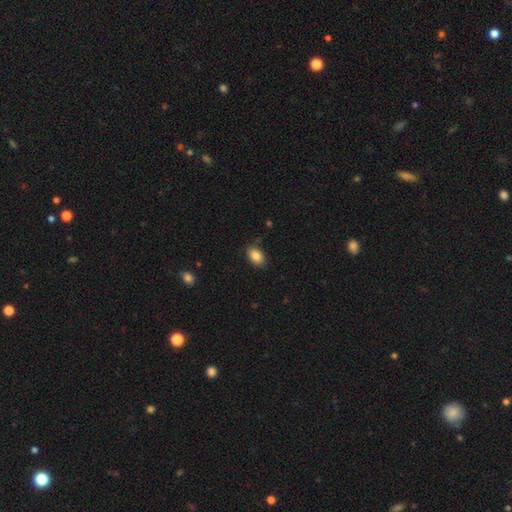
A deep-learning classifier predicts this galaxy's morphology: A smooth galaxy with no disk features (86%) that is in between round and cigar-shaped (84%). Merging: none (81%).